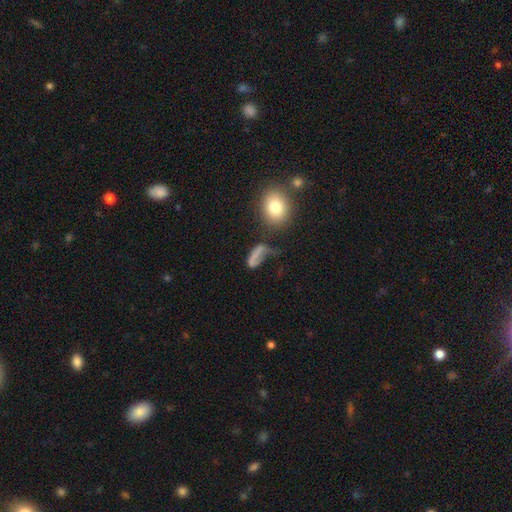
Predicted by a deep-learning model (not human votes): This is possibly a smooth galaxy (58%). How rounded: likely in between (66%). Merging: marginally major disturbance (40%).